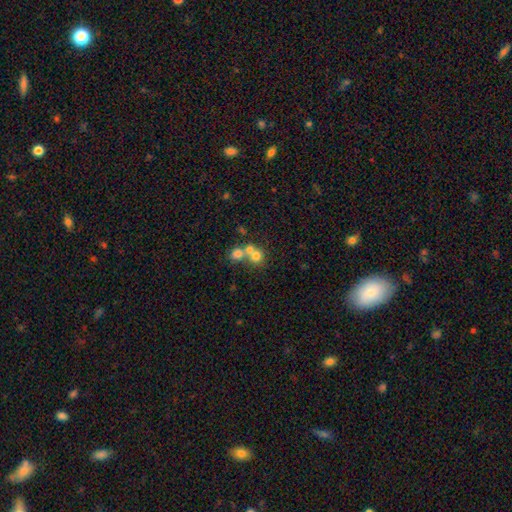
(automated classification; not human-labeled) Morphology: type=smooth (69%); roundness=round (84%); merging=merger (53%).